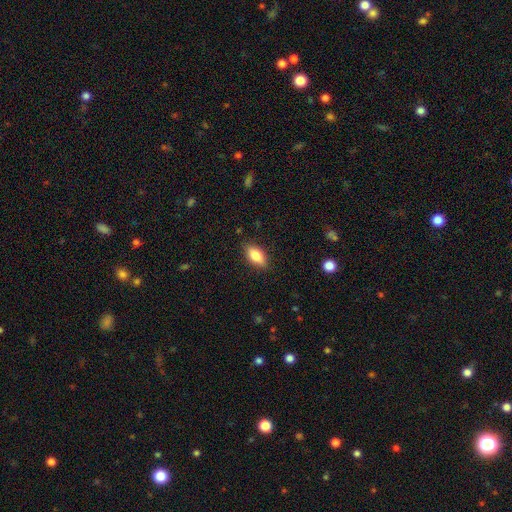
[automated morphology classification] smooth 83%, featured or disk 10%, star or artifact 7%. Down the decision tree: how rounded — in between (88%); merging — none (86%).